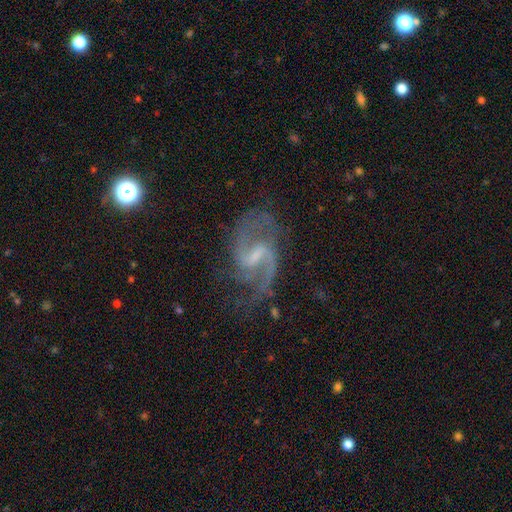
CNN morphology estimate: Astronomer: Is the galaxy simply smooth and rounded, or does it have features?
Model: featured or disk — 91%.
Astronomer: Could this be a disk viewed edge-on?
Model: no — 98%.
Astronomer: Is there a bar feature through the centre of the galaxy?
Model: weak — 60%.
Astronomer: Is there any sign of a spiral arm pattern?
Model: yes — 98%.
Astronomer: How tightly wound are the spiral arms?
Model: medium — 53% (runner-up: loose, 36%).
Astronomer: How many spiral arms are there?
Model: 2 — 90%.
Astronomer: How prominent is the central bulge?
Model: small — 44% (runner-up: none, 31%).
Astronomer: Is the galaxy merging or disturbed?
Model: none — 70%.